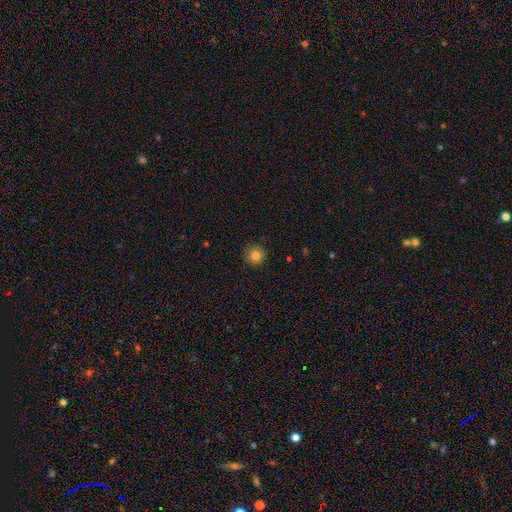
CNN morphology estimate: Smooth or featured? Predicted: smooth (p=0.83). How rounded? Predicted: round (p=0.95). Merging? Predicted: none (p=0.90).